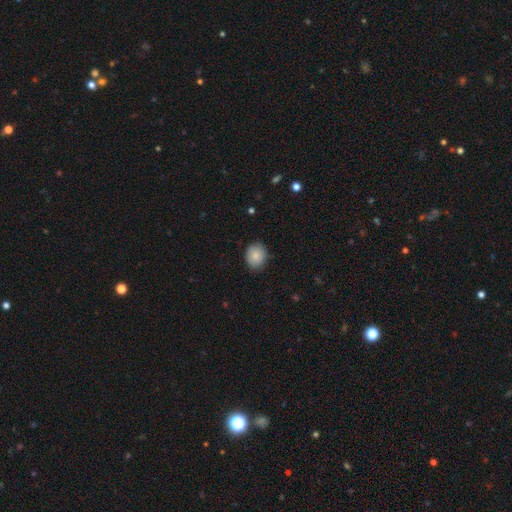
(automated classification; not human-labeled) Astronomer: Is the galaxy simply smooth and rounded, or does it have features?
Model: smooth — 86%.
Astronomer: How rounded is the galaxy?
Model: round — 64%.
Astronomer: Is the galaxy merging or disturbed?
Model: none — 84%.